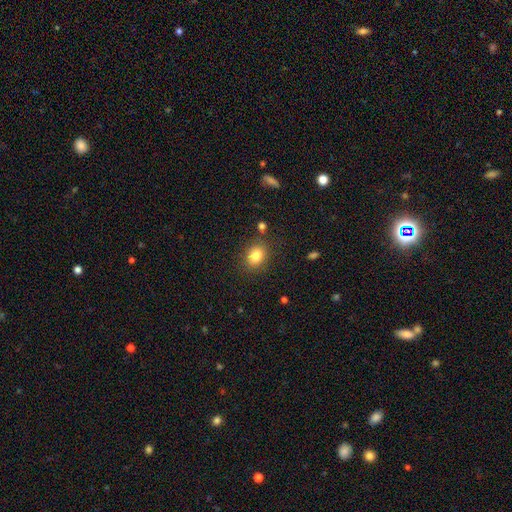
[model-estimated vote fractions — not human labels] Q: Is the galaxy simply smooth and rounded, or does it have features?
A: smooth — 82%.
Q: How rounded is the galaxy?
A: in between — 50%.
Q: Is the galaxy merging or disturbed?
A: none — 83%.